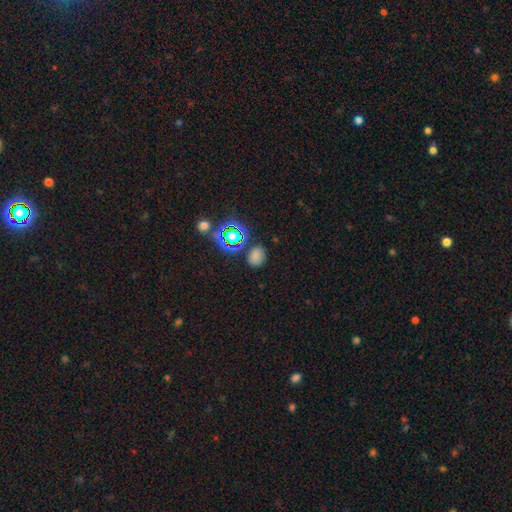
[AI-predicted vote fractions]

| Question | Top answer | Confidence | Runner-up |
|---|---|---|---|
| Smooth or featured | smooth | 65% | star or artifact (28%) |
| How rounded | in between | 61% | round (38%) |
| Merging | none | 77% | minor disturbance (14%) |